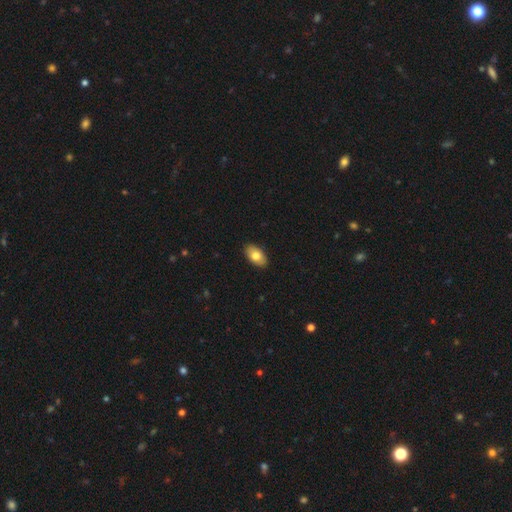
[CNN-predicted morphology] smooth_or_featured: smooth (p=0.79) [alt: featured or disk p=0.14]
how_rounded: in between (p=0.94) [alt: round p=0.04]
merging: none (p=0.89) [alt: minor disturbance p=0.08]